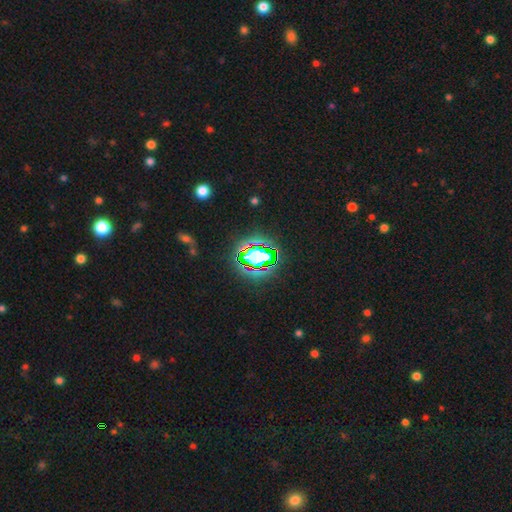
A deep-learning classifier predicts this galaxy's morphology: Overall: star or artifact (66%).